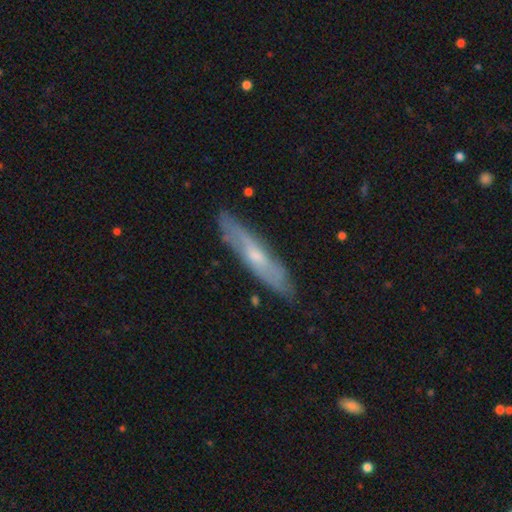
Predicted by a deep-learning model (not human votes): Smooth or featured? Predicted: featured or disk (p=0.59). Edge-on disk? Predicted: yes (p=0.65). Merging? Predicted: none (p=0.85).